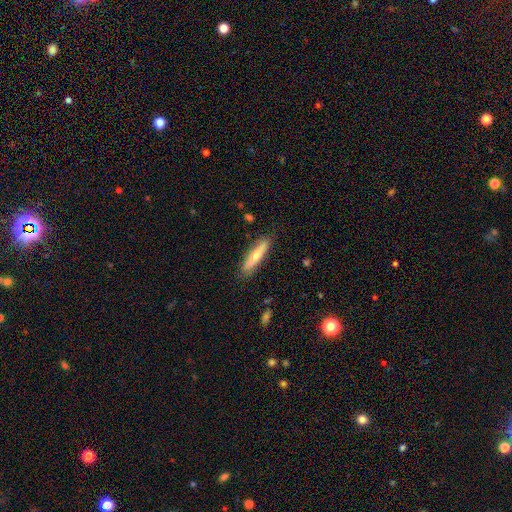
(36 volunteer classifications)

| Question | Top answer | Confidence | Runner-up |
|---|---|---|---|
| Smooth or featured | smooth | 50% | tied: featured or disk (50%) |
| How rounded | cigar-shaped | 72% | in between (28%) |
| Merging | none | 78% | minor disturbance (11%) |